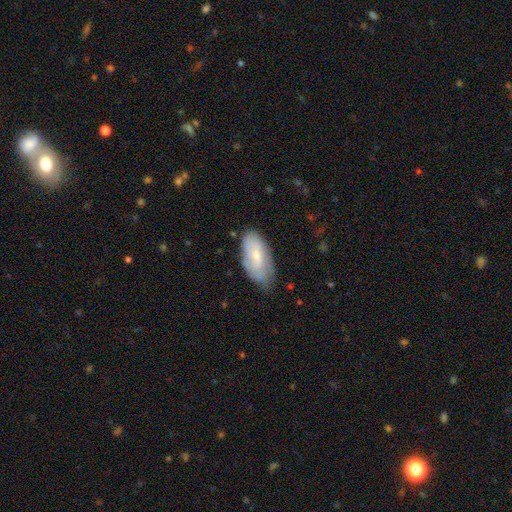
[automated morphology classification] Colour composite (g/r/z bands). It shows a smooth galaxy with no disk features (53%) that is in between round and cigar-shaped (92%). Merging: none (62%).